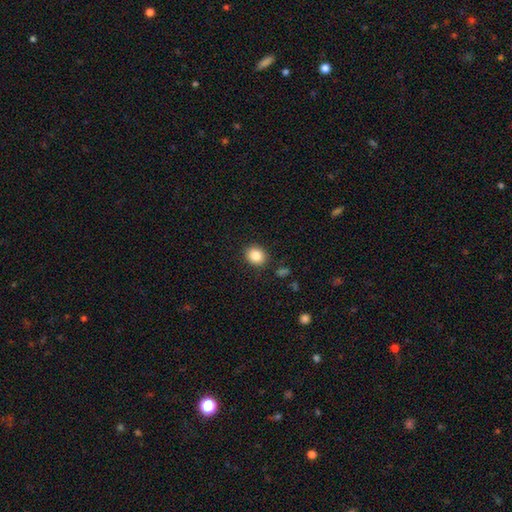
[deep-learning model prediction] smooth_or_featured: smooth (p=0.85) [alt: star or artifact p=0.09]
how_rounded: round (p=0.68) [alt: in between p=0.31]
merging: none (p=0.88) [alt: minor disturbance p=0.08]